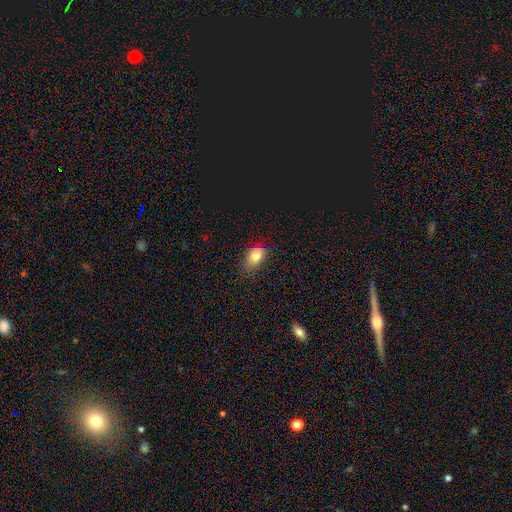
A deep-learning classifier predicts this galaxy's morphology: A smooth galaxy with no disk features (80%) that is in between round and cigar-shaped (76%).

Vote fractions:
- Smooth or featured? smooth: 80% / star or artifact: 12% / featured or disk: 9%
- How rounded? in between: 76% / round: 22% / cigar-shaped: 2%
- Merging? none: 64% / minor disturbance: 28% / major disturbance: 7% / merger: 2%